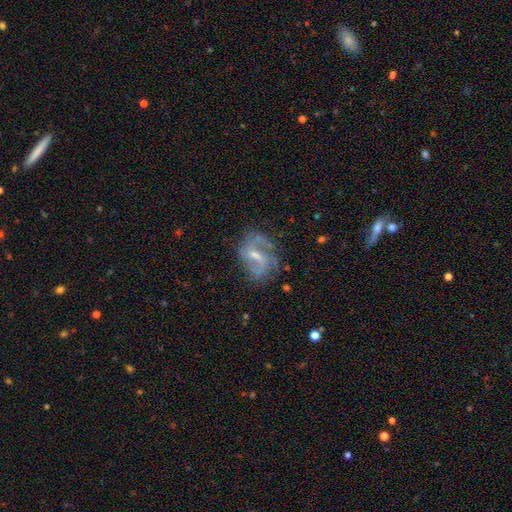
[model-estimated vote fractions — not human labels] A featured or disk galaxy (79%) with a weak bar (55%), 2 (63%) medium (45%) spiral arms (90%) and a small central bulge (45%). Merging: none (61%).